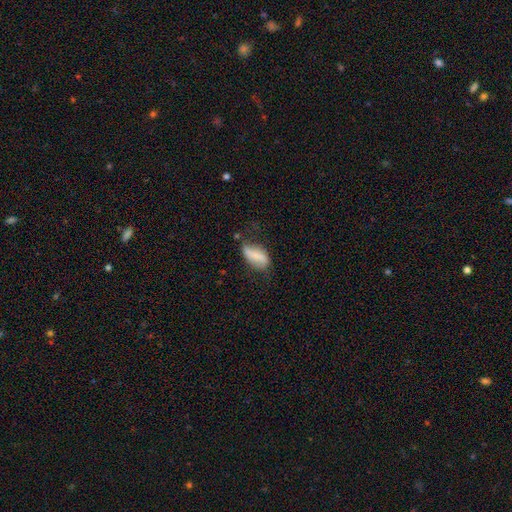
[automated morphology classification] smooth_or_featured: smooth (p=0.55) [alt: featured or disk p=0.37]
how_rounded: in between (p=0.85) [alt: cigar-shaped p=0.10]
merging: none (p=0.47) [alt: minor disturbance p=0.34]